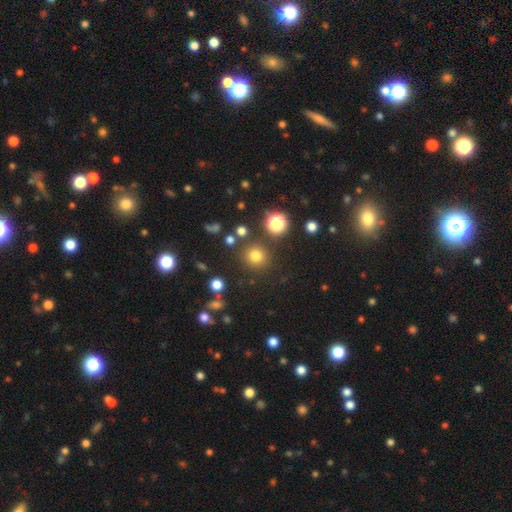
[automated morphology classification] Q: Smooth or featured?
A: smooth (76%); runner-up: star or artifact (18%)
Q: How rounded?
A: round (92%); runner-up: in between (7%)
Q: Merging?
A: none (85%); runner-up: minor disturbance (7%)